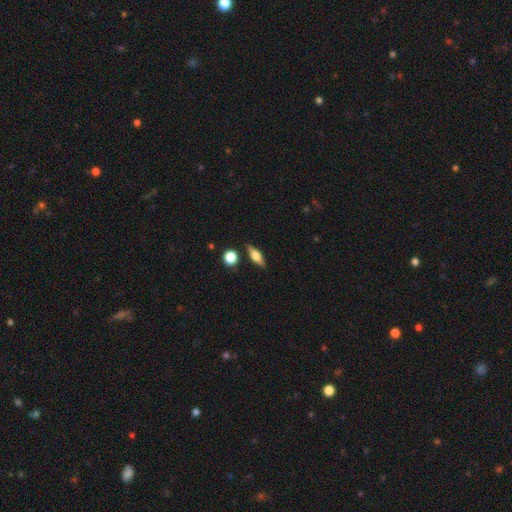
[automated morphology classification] type=featured or disk (51%); edge-on=yes (93%); merging=none (84%).